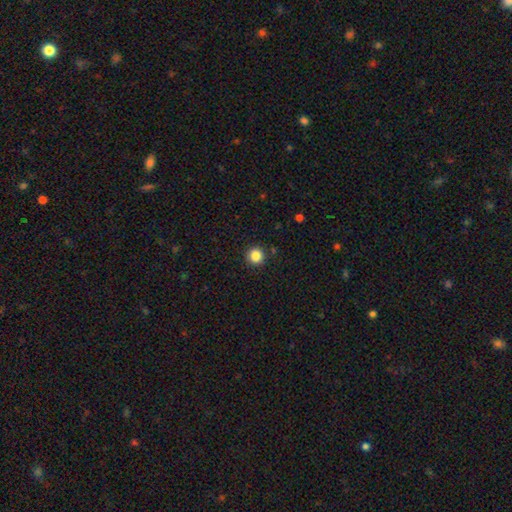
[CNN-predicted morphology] Overall: smooth (85%). How rounded: round (95%). Merging: none (92%).